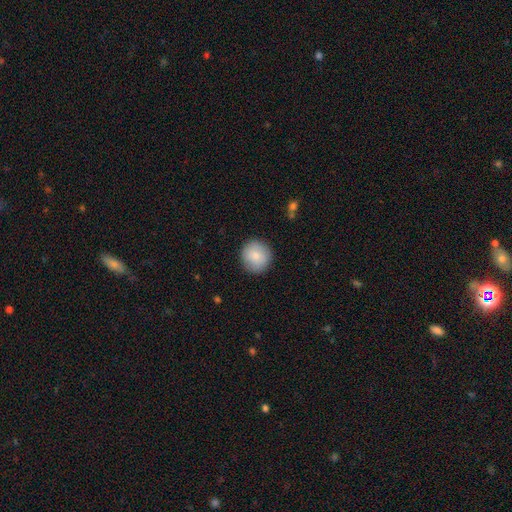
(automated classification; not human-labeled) smooth_or_featured: smooth (p=0.84) [alt: featured or disk p=0.09]
how_rounded: round (p=0.92) [alt: in between p=0.07]
merging: none (p=0.89) [alt: minor disturbance p=0.08]